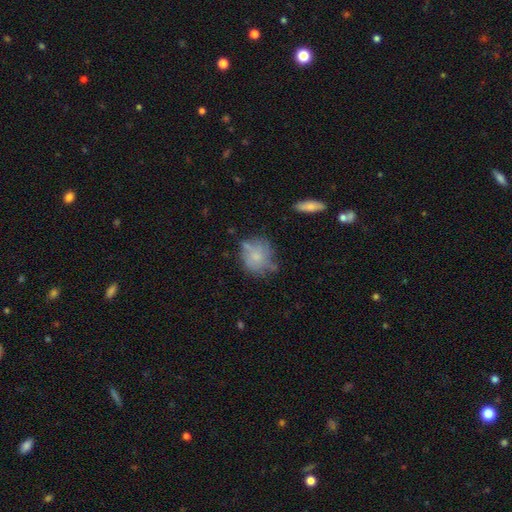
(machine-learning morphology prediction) This is likely a smooth galaxy (61%). How rounded: likely round (71%). Merging: possibly none (54%).